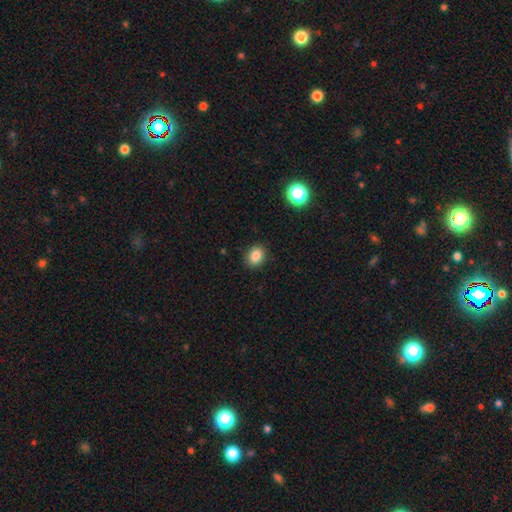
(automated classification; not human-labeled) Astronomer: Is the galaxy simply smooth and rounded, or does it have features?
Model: smooth — 84%.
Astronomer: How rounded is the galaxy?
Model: round — 60% (runner-up: in between, 39%).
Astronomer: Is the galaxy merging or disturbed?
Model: none — 89%.